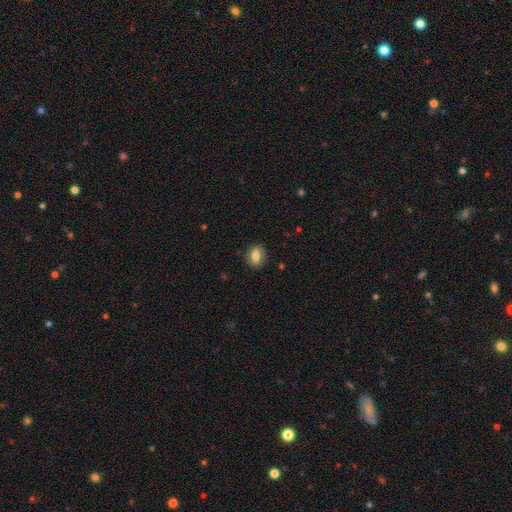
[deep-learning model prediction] The model was most divided on "how rounded": in between: 67%, round: 28%, cigar-shaped: 5%. More confident: merging — none (84%); smooth or featured — smooth (75%).